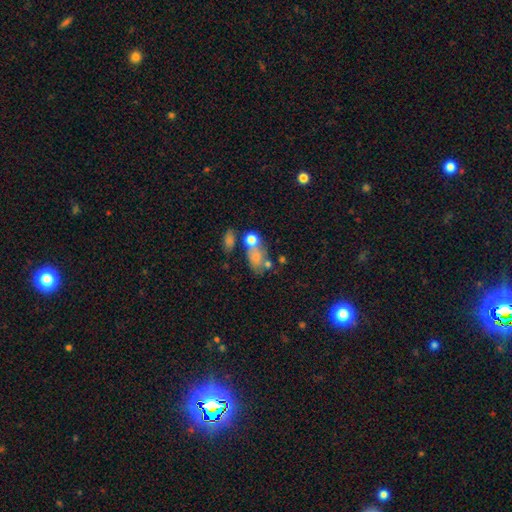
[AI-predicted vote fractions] smooth 66%, featured or disk 21%, star or artifact 13%. Down the decision tree: how rounded — in between (77%); merging — merger (33%).